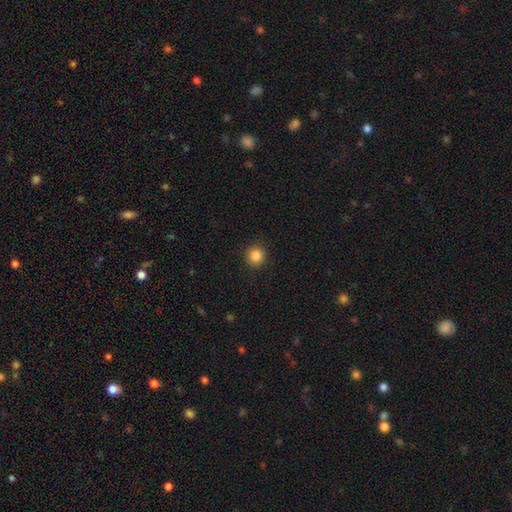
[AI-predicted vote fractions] Smooth or featured? Predicted: smooth (p=0.86). How rounded? Predicted: round (p=0.94). Merging? Predicted: none (p=0.91).